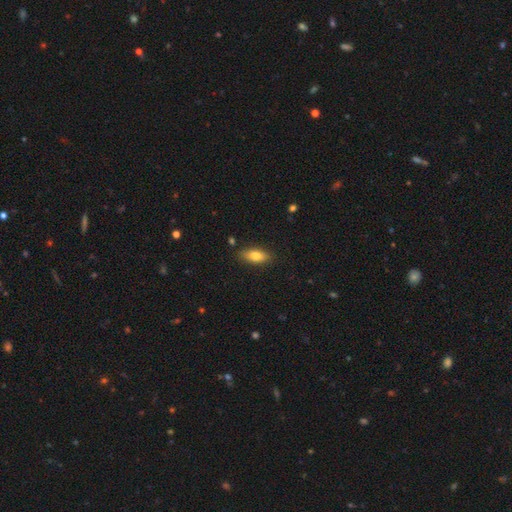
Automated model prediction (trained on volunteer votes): The model was most divided on "how rounded": in between: 79%, cigar-shaped: 17%, round: 3%. More confident: merging — none (85%); smooth or featured — smooth (79%).